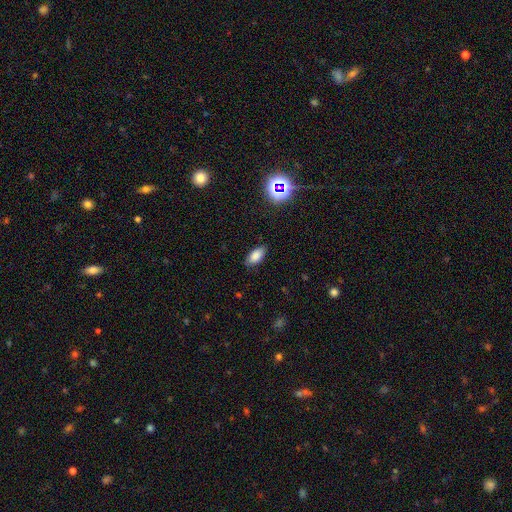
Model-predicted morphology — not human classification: A smooth galaxy with no disk features (83%) that is in between round and cigar-shaped (91%). Merging: none (82%).